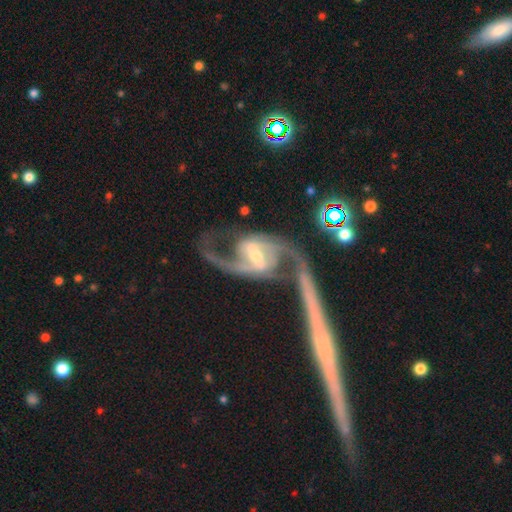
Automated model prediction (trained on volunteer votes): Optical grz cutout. It shows a featured or disk galaxy (91%) with a strong bar (58%), 2 (92%) loose (45%) spiral arms (96%) and a moderate central bulge (51%). Merging: none (50%).